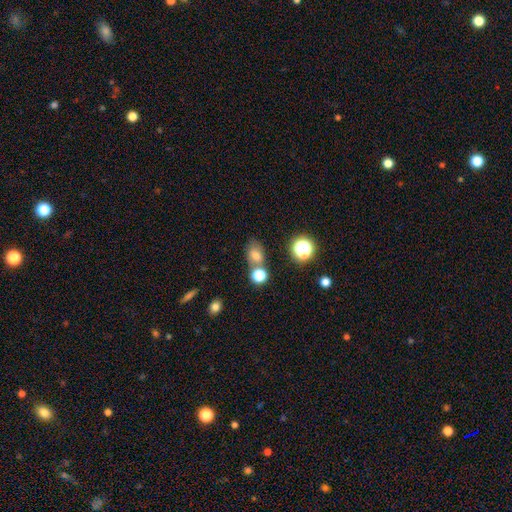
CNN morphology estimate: A smooth galaxy with no disk features (69%) that is in between round and cigar-shaped (62%).

Vote fractions:
- Smooth or featured? smooth: 69% / star or artifact: 18% / featured or disk: 12%
- How rounded? in between: 62% / round: 37% / cigar-shaped: 2%
- Merging? none: 54% / merger: 25% / minor disturbance: 15% / major disturbance: 7%